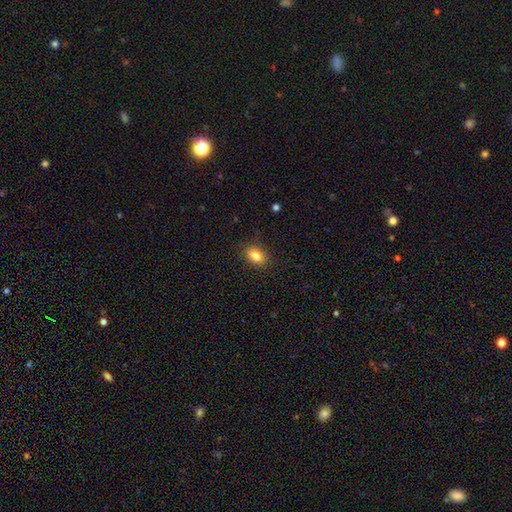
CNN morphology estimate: Q: Smooth or featured?
A: smooth (83%); runner-up: star or artifact (9%)
Q: How rounded?
A: in between (83%); runner-up: round (14%)
Q: Merging?
A: none (85%); runner-up: minor disturbance (11%)